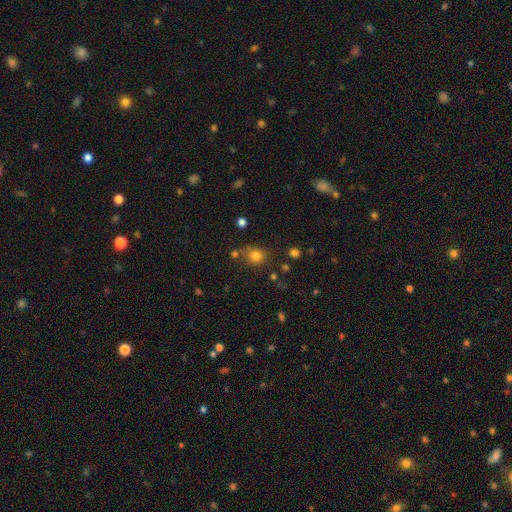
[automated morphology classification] Smooth or featured? Predicted: smooth (p=0.80). How rounded? Predicted: round (p=0.84). Merging? Predicted: none (p=0.72).